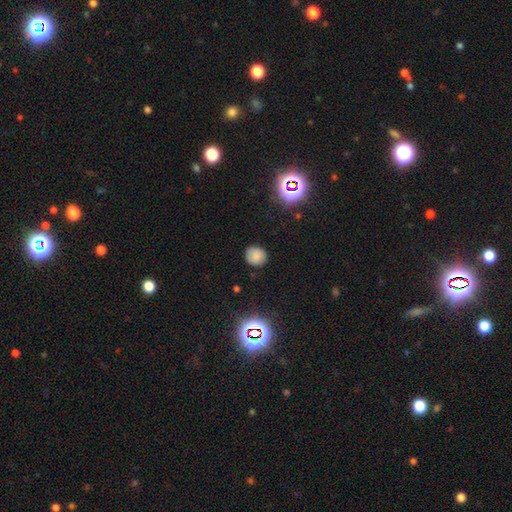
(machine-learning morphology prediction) A smooth galaxy with no disk features (77%) that is round (86%).

Vote fractions:
- Smooth or featured? smooth: 77% / star or artifact: 15% / featured or disk: 8%
- How rounded? round: 86% / in between: 13% / cigar-shaped: 1%
- Merging? none: 86% / minor disturbance: 10% / major disturbance: 3% / merger: 1%